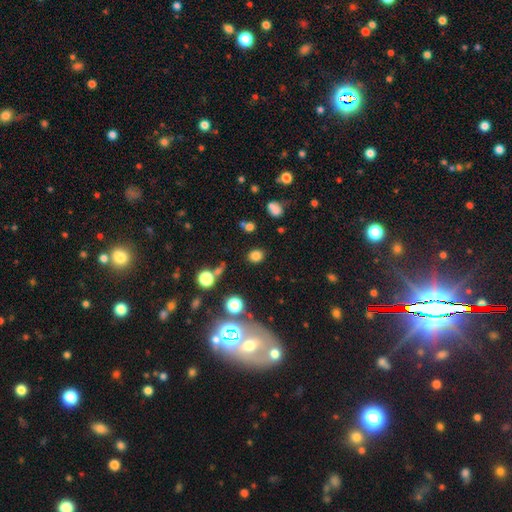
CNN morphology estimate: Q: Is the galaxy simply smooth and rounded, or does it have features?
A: smooth — 78%.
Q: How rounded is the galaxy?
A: round — 66%.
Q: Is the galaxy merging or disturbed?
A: none — 84%.